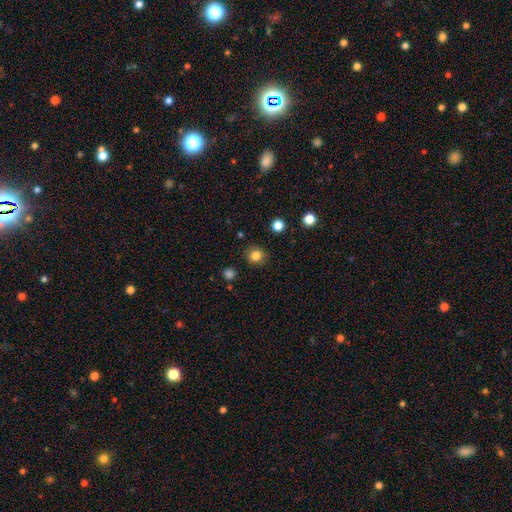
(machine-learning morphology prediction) A smooth galaxy with no disk features (83%) that is round (84%).

Vote fractions:
- Smooth or featured? smooth: 83% / star or artifact: 12% / featured or disk: 5%
- How rounded? round: 84% / in between: 15% / cigar-shaped: 1%
- Merging? none: 87% / minor disturbance: 9% / major disturbance: 2% / merger: 2%